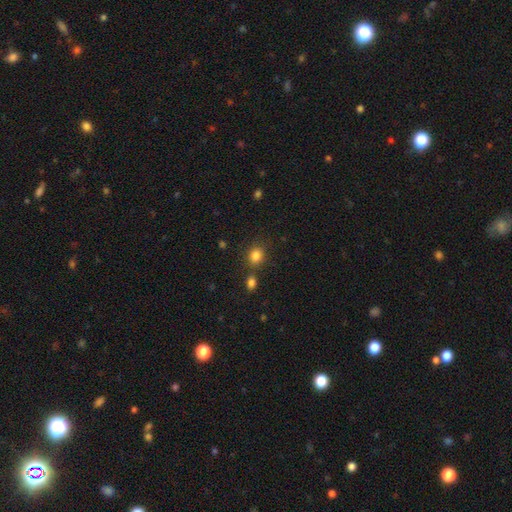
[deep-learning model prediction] This is clearly a smooth galaxy (83%). How rounded: possibly round (60%). Merging: likely none (71%).